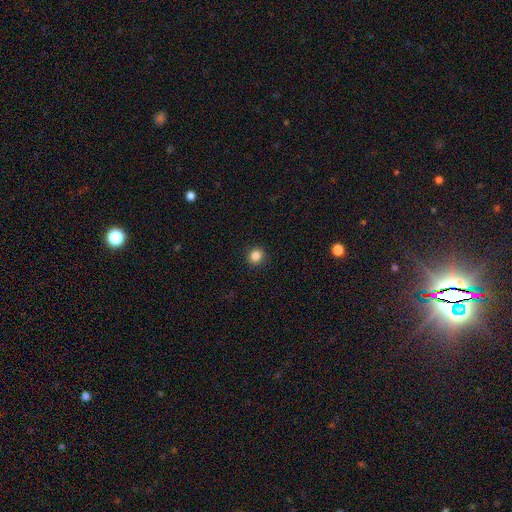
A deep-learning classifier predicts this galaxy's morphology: smooth 86%, star or artifact 11%, featured or disk 3%. Down the decision tree: how rounded — round (85%); merging — none (91%).